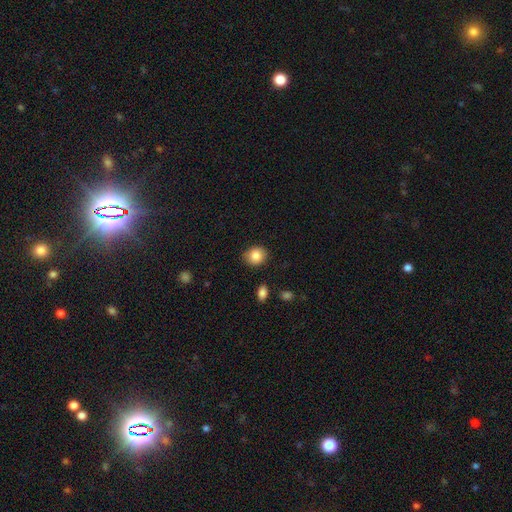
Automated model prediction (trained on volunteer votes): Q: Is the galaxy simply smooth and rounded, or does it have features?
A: smooth — 86%.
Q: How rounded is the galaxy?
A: round — 78%.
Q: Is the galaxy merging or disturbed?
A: none — 86%.